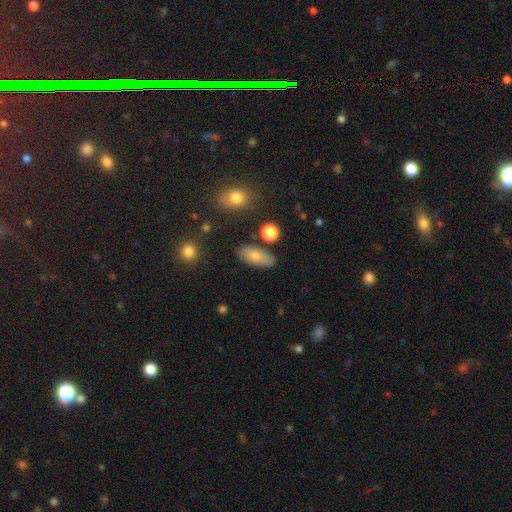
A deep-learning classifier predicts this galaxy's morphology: Smooth or featured?
  - smooth: 76% *
  - featured or disk: 17%
  - star or artifact: 8%
How rounded?
  - in between: 85% *
  - cigar-shaped: 11%
  - round: 5%
Merging?
  - none: 80% *
  - minor disturbance: 13%
  - merger: 4%
  - major disturbance: 3%